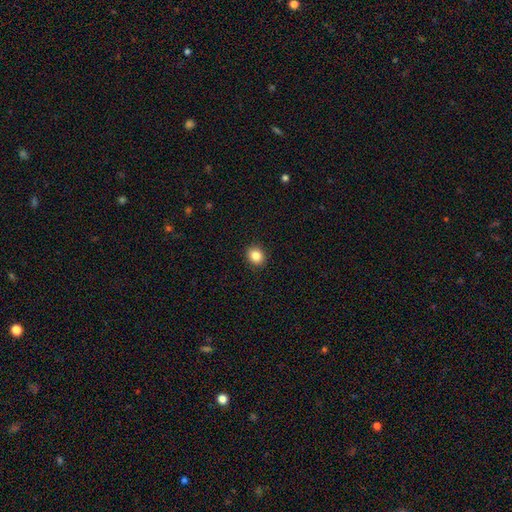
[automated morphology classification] smooth 85%, star or artifact 10%, featured or disk 5%. Down the decision tree: how rounded — round (71%); merging — none (92%).